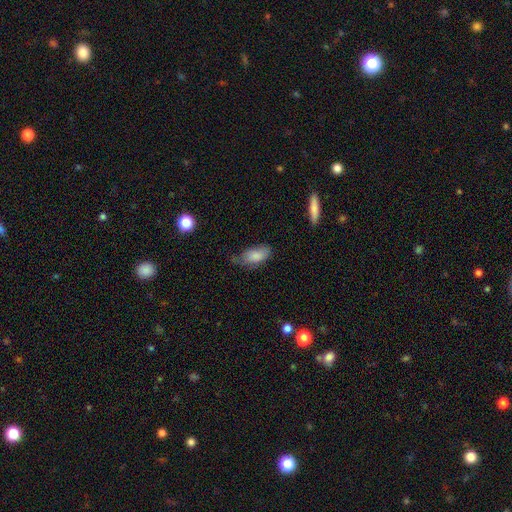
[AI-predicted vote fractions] smooth_or_featured: smooth (p=0.82) [alt: featured or disk p=0.11]
how_rounded: in between (p=0.90) [alt: cigar-shaped p=0.07]
merging: none (p=0.46) [alt: minor disturbance p=0.39]